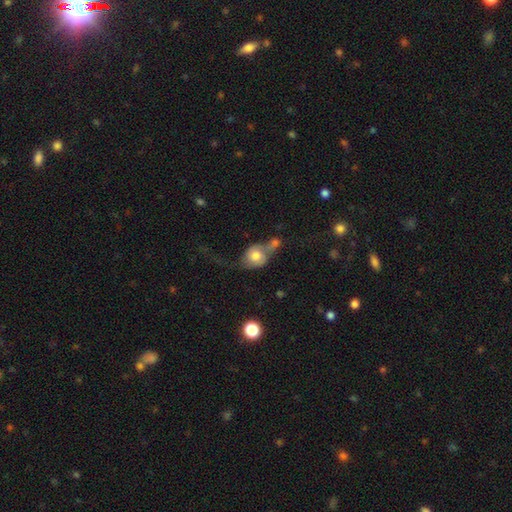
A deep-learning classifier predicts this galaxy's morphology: The model was most divided on "merging": merger: 48%, major disturbance: 20%, none: 19%, minor disturbance: 13%. More confident: smooth or featured — smooth (66%); how rounded — round (63%).